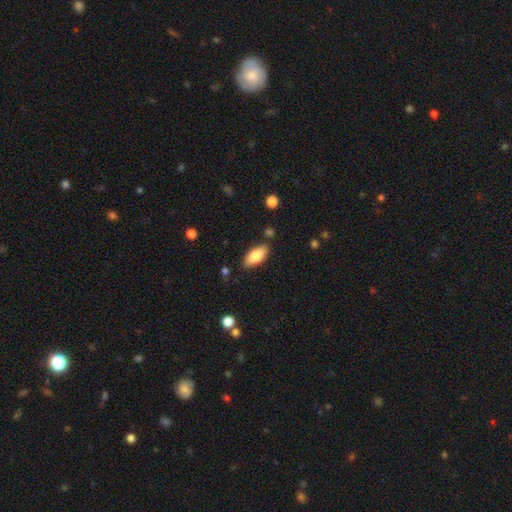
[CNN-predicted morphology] type=smooth (82%); roundness=in between (87%); merging=none (83%).